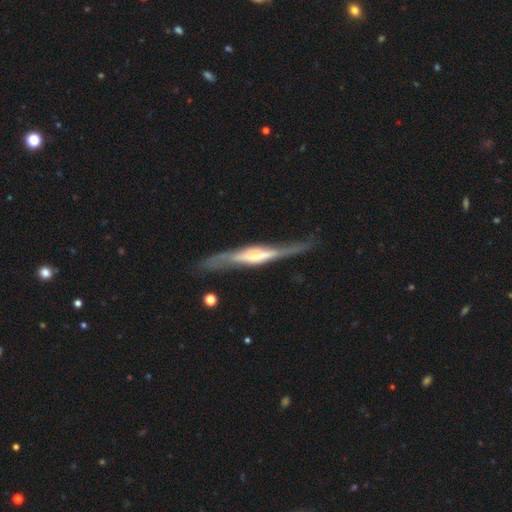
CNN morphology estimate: The model was most divided on "edge-on bulge": rounded: 61%, boxy: 27%, none: 12%. More confident: edge-on disk — yes (90%); smooth or featured — featured or disk (79%); merging — none (74%).